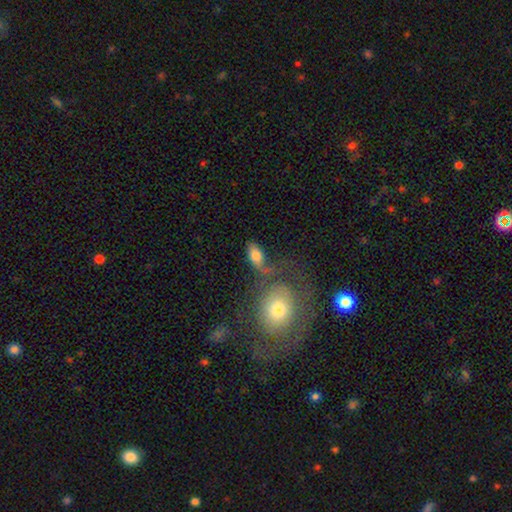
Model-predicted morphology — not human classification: smooth 73%, featured or disk 18%, star or artifact 9%. Down the decision tree: how rounded — in between (85%); merging — none (40%).